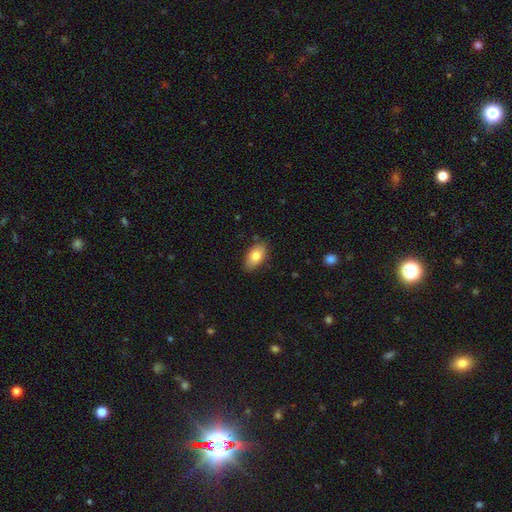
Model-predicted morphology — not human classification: smooth 78%, featured or disk 15%, star or artifact 7%. Down the decision tree: how rounded — in between (92%); merging — none (83%).